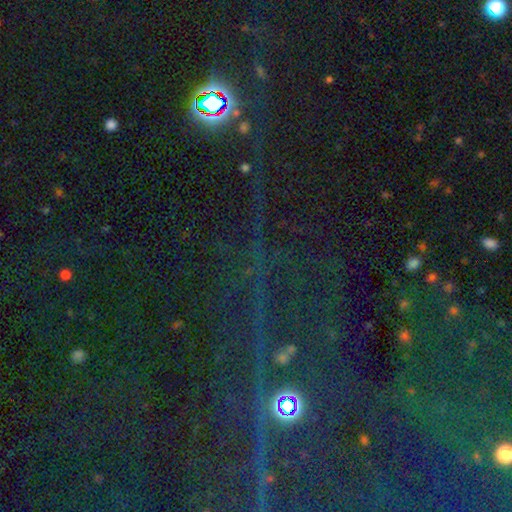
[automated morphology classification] smooth-or-featured: star or artifact: 82% | smooth: 10% | featured or disk: 8%